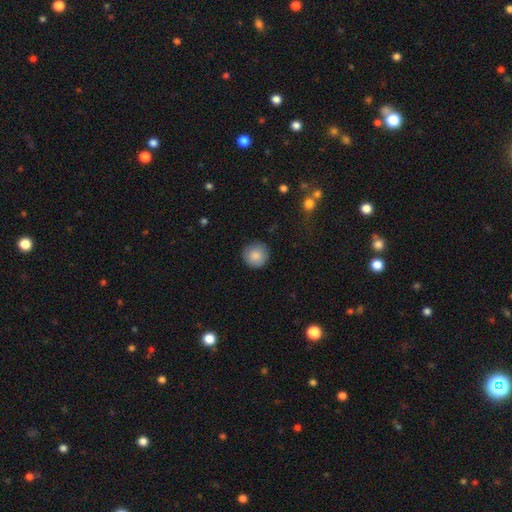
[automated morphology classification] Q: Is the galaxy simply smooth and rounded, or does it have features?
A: smooth — 86%.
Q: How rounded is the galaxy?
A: round — 95%.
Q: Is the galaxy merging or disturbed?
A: none — 89%.